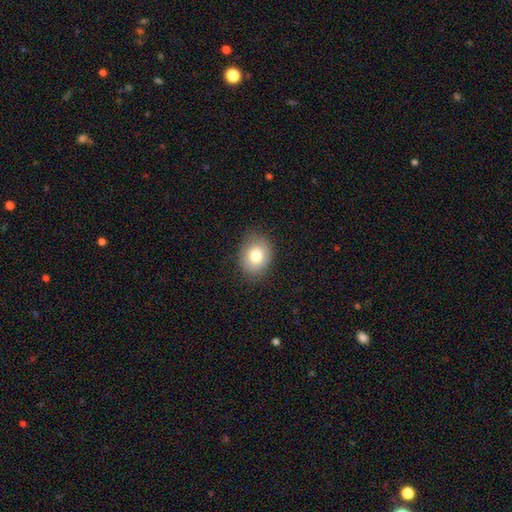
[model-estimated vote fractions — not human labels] Morphology: type=smooth (79%); roundness=in between (53%); merging=none (82%).